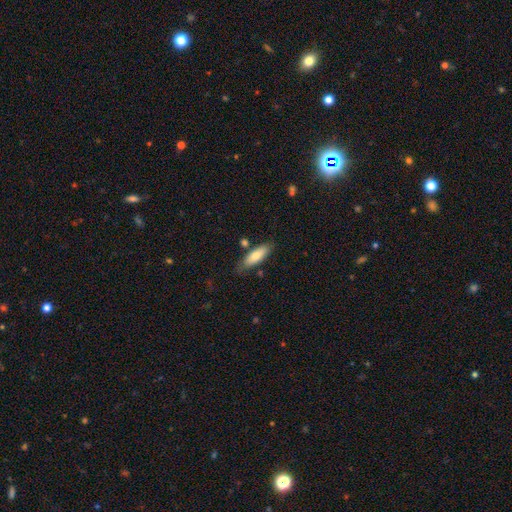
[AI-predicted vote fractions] A smooth galaxy with no disk features (74%) that is in between round and cigar-shaped (59%). Merging: none (75%).